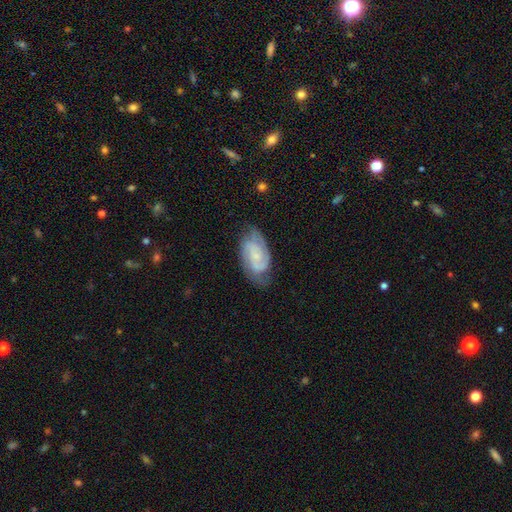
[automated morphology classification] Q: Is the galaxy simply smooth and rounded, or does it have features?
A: featured or disk — 78%.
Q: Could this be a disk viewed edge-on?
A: no — 97%.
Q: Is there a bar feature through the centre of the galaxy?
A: no — 53%.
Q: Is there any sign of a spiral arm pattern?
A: yes — 96%.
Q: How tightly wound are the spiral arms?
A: tight — 48%.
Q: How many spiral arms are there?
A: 2 — 70%.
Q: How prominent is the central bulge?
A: small — 65%.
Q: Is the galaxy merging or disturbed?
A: none — 71%.